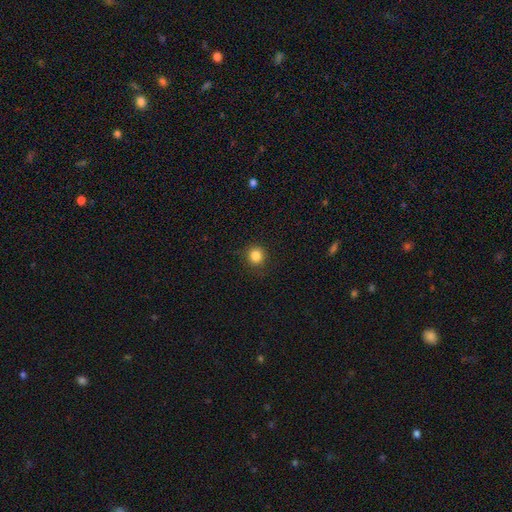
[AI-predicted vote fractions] smooth-or-featured: smooth: 85% | star or artifact: 11% | featured or disk: 4%
  how-rounded: round: 91% | in between: 8% | cigar-shaped: 1%
  merging: none: 89% | minor disturbance: 8% | major disturbance: 3% | merger: 1%